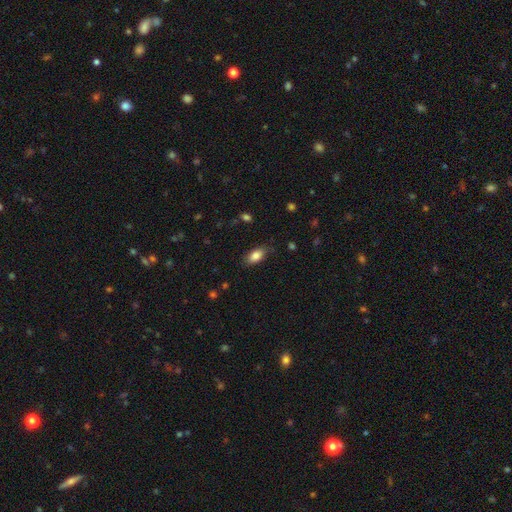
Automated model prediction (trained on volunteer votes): Smooth or featured?
  - smooth: 84% *
  - featured or disk: 8%
  - star or artifact: 8%
How rounded?
  - in between: 90% *
  - cigar-shaped: 6%
  - round: 5%
Merging?
  - none: 80% *
  - minor disturbance: 15%
  - major disturbance: 4%
  - merger: 1%